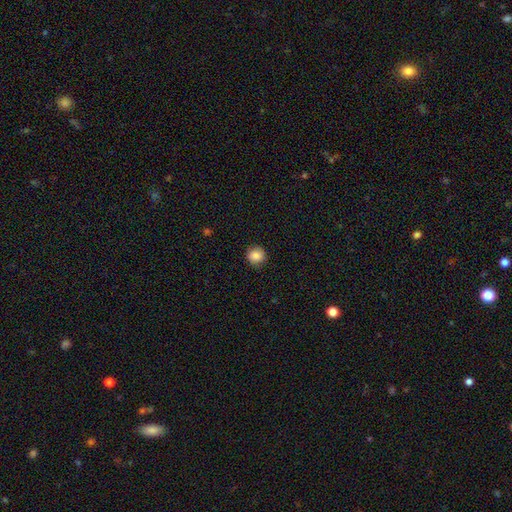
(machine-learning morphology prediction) This appears to be a smooth galaxy with no disk features (86%) that is round (91%). Merging: none (87%).